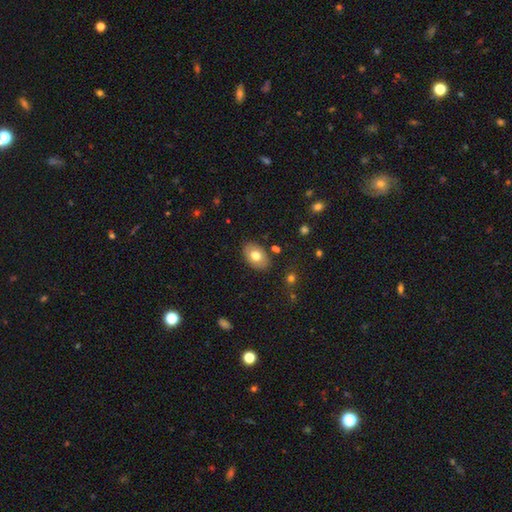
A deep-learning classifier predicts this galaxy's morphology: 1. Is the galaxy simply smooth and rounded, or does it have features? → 74% smooth, 19% featured or disk, 8% star or artifact.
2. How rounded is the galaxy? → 84% in between, 15% round, 1% cigar-shaped.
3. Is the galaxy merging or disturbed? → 85% none, 10% minor disturbance, 3% major disturbance, 2% merger.